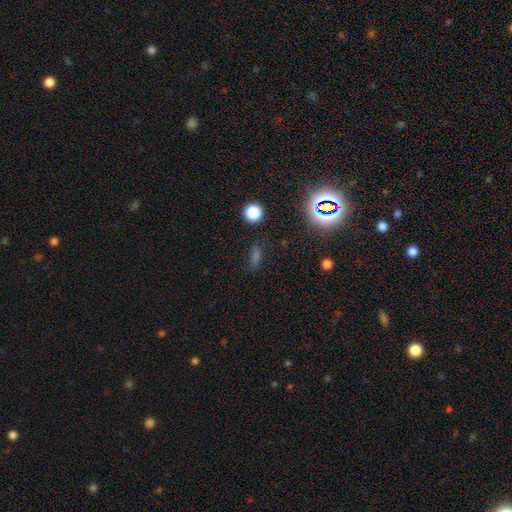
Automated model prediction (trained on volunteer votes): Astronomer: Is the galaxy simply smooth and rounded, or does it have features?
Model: smooth — 52% (runner-up: star or artifact, 38%).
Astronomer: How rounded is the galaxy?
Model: in between — 60%.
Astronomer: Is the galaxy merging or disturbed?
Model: none — 81%.